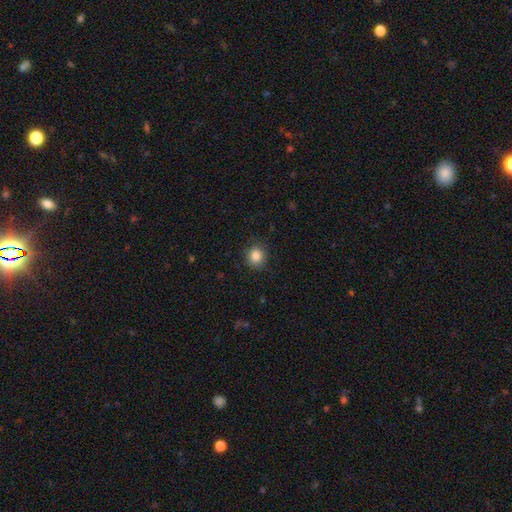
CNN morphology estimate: smooth_or_featured: smooth (p=0.85) [alt: star or artifact p=0.10]
how_rounded: round (p=0.85) [alt: in between p=0.14]
merging: none (p=0.87) [alt: minor disturbance p=0.09]